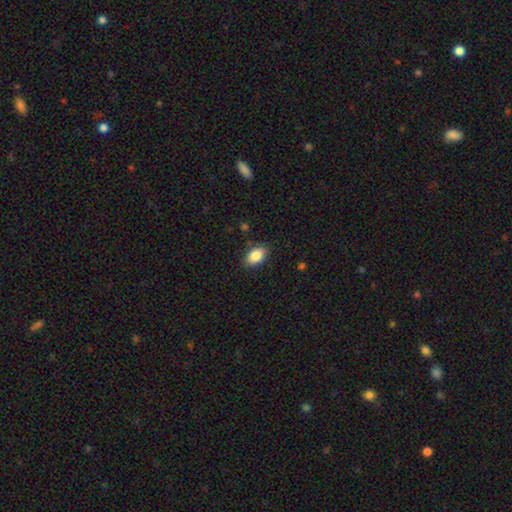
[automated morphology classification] Smooth or featured?
  - smooth: 86% *
  - star or artifact: 7%
  - featured or disk: 6%
How rounded?
  - in between: 90% *
  - round: 9%
  - cigar-shaped: 2%
Merging?
  - none: 86% *
  - minor disturbance: 11%
  - major disturbance: 2%
  - merger: 1%